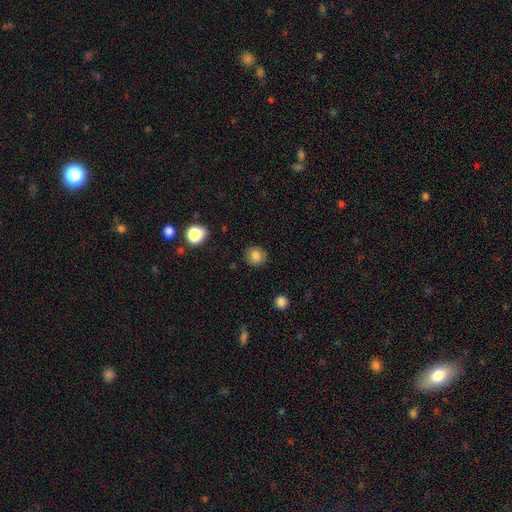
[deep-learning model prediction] Smooth or featured? smooth (82%)
How rounded? round (79%)
Merging? none (87%)